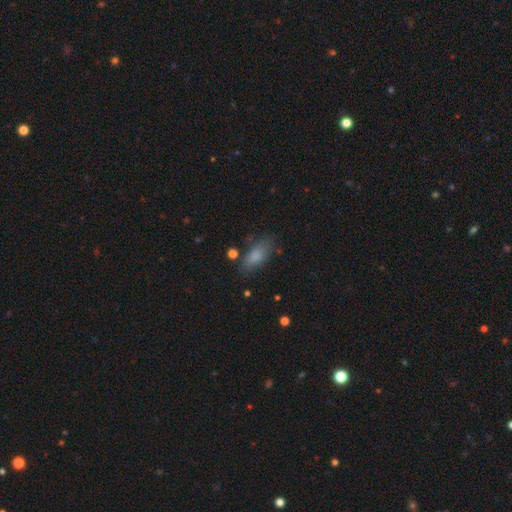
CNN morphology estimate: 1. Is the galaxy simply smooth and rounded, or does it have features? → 81% smooth, 10% featured or disk, 9% star or artifact.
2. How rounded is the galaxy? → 82% in between, 14% cigar-shaped, 3% round.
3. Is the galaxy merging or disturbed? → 74% none, 17% minor disturbance, 6% major disturbance, 3% merger.